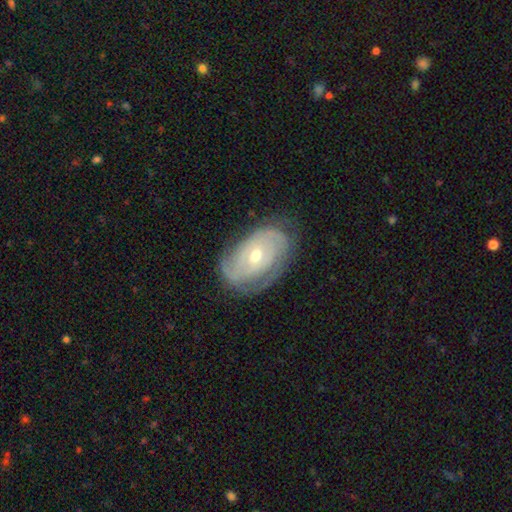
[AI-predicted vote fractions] Smooth or featured: featured or disk — 81% (smooth — 14%)
Edge-on disk: no — 95% (yes — 5%)
Bar: no — 65% (weak — 28%)
Spiral arms: yes — 90% (no — 10%)
Spiral winding: tight — 69% (medium — 24%)
Spiral arm count: can't tell — 36% (tied with 2 — 36%)
Bulge size: moderate — 59% (small — 37%)
Merging: none — 72% (minor disturbance — 20%)